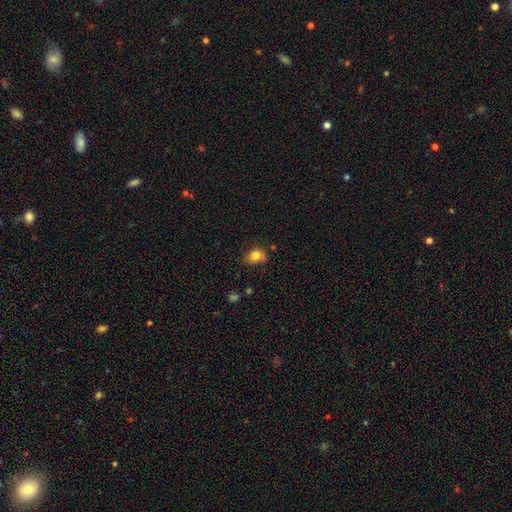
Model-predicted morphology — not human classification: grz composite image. It shows a smooth galaxy with no disk features (81%) that is in between round and cigar-shaped (53%). Merging: none (66%).